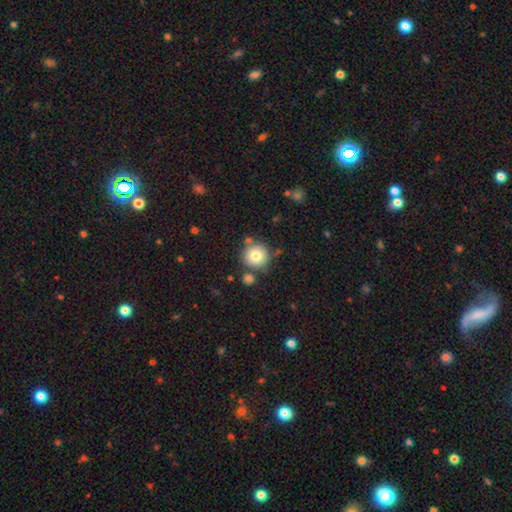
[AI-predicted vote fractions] A smooth galaxy with no disk features (78%) that is round (95%). Merging: none (77%).